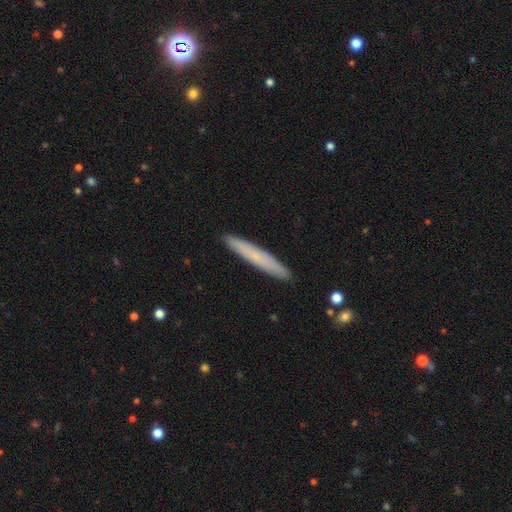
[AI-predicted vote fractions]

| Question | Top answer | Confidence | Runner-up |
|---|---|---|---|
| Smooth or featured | smooth | 63% | featured or disk (30%) |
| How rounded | cigar-shaped | 96% | in between (3%) |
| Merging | none | 92% | minor disturbance (6%) |